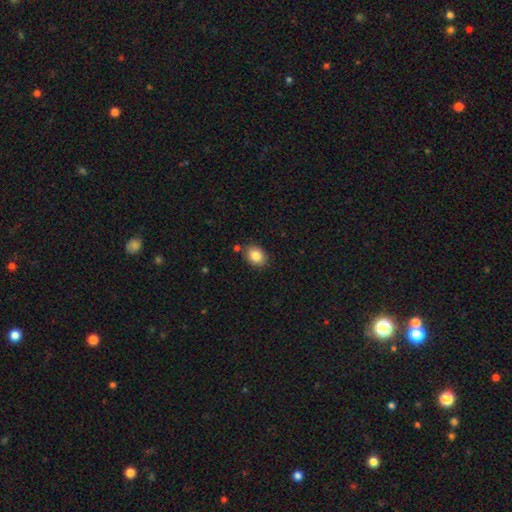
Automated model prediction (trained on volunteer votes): Smooth or featured? smooth (85%)
How rounded? in between (57%)
Merging? none (81%)